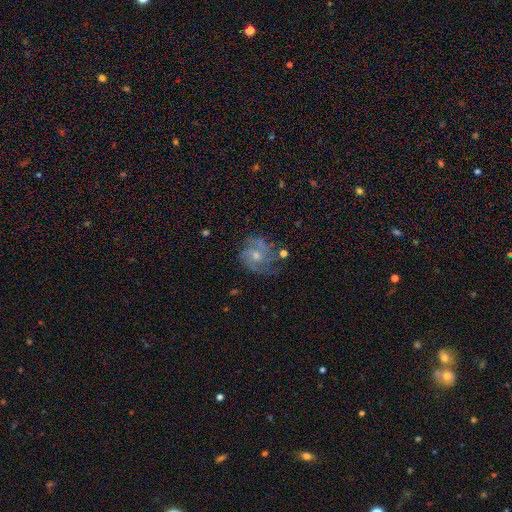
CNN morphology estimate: smooth-or-featured: featured or disk: 74% | smooth: 14% | star or artifact: 12%
  disk-edge-on: no: 98% | yes: 2%
    bar: no: 68% | weak: 28% | strong: 5%
    has-spiral-arms: yes: 90% | no: 10%
      spiral-winding: medium: 44% | tight: 41% | loose: 15%
      spiral-arm-count: 2: 31% | can't tell: 26% | 3: 25% | 4: 6% | 1: 6% | more than 4: 5%
    bulge-size: moderate: 54% | small: 40% | none: 3% | large: 2% | dominant: 1%
  merging: none: 65% | minor disturbance: 20% | major disturbance: 11% | merger: 4%